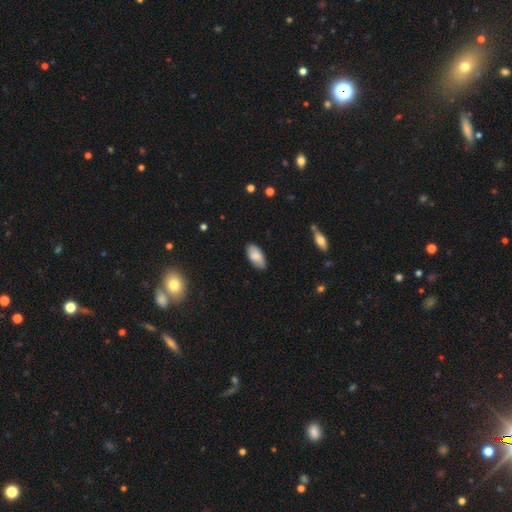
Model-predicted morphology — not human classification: Smooth or featured? Predicted: smooth (p=0.84). How rounded? Predicted: in between (p=0.93). Merging? Predicted: none (p=0.84).